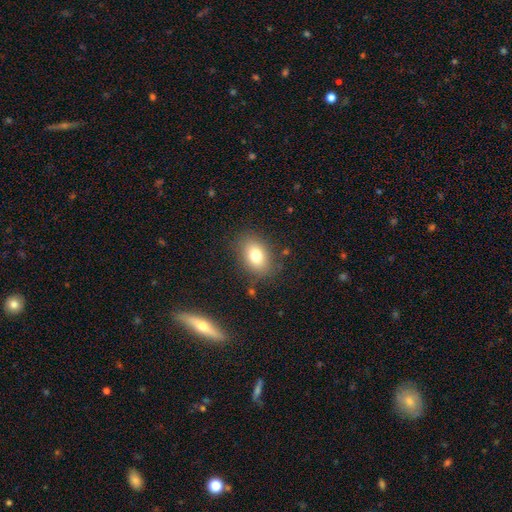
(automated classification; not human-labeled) This is likely a smooth galaxy (78%). How rounded: likely in between (76%). Merging: clearly none (82%).